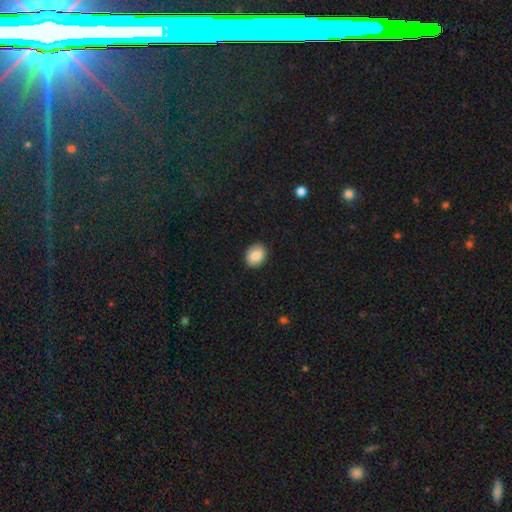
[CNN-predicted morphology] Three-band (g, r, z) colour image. It shows a smooth galaxy with no disk features (86%) that is round (55%). Merging: none (89%).